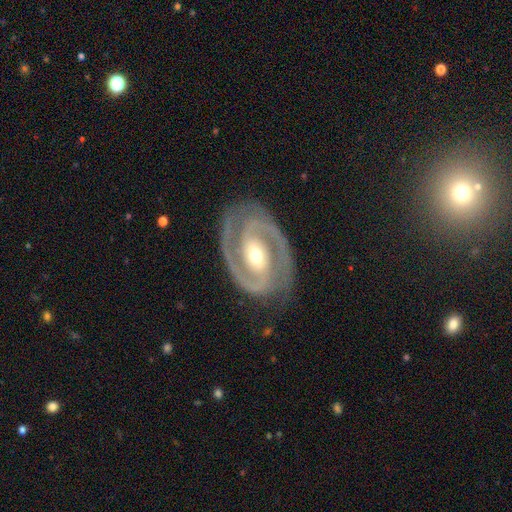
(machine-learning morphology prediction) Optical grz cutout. It shows a featured or disk galaxy (93%) with a strong bar (37%), 2 (92%) tight (57%) spiral arms (98%) and a moderate central bulge (60%). Merging: none (83%).